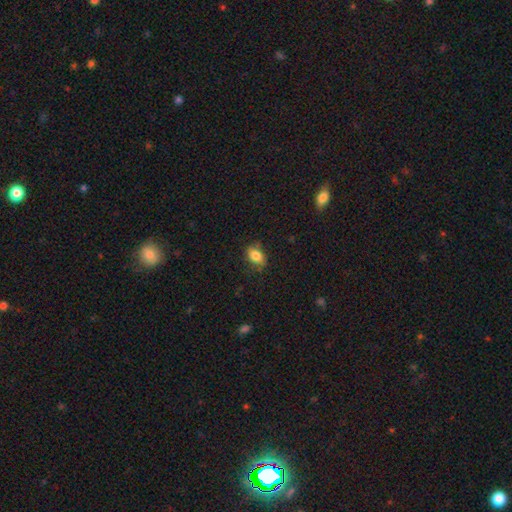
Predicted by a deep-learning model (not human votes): A smooth galaxy with no disk features (83%) that is in between round and cigar-shaped (82%).

Vote fractions:
- Smooth or featured? smooth: 83% / featured or disk: 9% / star or artifact: 8%
- How rounded? in between: 82% / round: 16% / cigar-shaped: 2%
- Merging? none: 70% / minor disturbance: 22% / major disturbance: 6% / merger: 2%